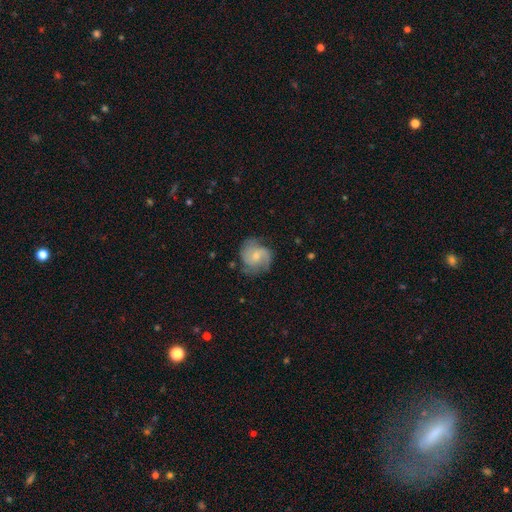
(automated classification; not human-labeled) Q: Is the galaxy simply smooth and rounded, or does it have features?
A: featured or disk — 71%.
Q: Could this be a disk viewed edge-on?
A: no — 98%.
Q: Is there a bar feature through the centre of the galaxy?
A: no — 57%.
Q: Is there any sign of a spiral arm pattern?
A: yes — 94%.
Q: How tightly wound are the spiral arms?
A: medium — 49%.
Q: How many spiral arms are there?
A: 2 — 58%.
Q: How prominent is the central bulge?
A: small — 57%.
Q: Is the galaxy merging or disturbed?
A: none — 68%.